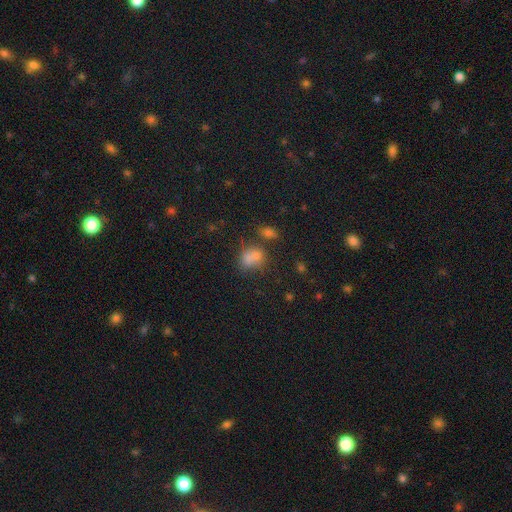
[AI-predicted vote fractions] Smooth or featured? Predicted: smooth (p=0.58). How rounded? Predicted: in between (p=0.57). Merging? Predicted: none (p=0.61).